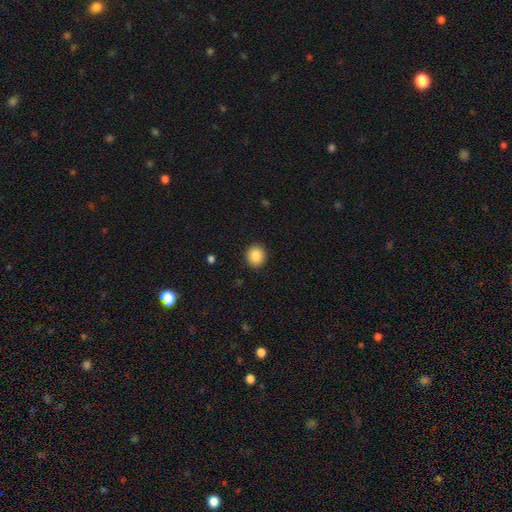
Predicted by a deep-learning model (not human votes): This is clearly a smooth galaxy (87%). How rounded: clearly round (84%). Merging: clearly none (91%).